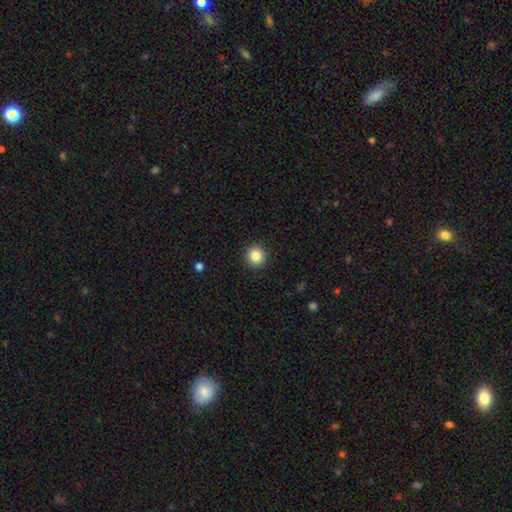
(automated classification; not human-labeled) This is clearly a smooth galaxy (85%). How rounded: clearly round (93%). Merging: clearly none (92%).